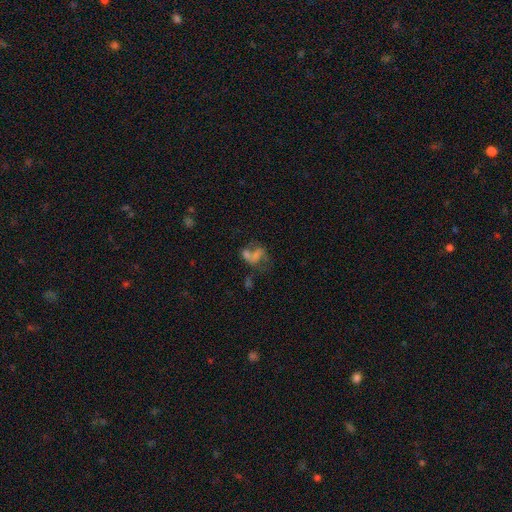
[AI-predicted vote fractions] A featured or disk galaxy (45%).

Vote fractions:
- Smooth or featured? featured or disk: 45% / smooth: 35% / star or artifact: 20%
- Merging? merger: 33% / none: 30% / major disturbance: 23% / minor disturbance: 14%